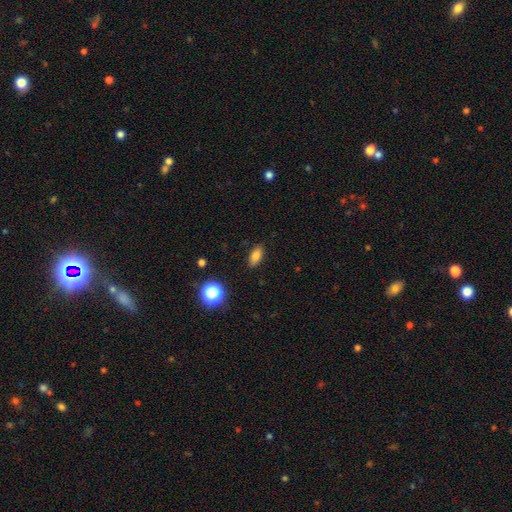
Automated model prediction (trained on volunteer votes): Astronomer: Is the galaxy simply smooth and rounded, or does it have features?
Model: smooth — 81%.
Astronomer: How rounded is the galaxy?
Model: in between — 83%.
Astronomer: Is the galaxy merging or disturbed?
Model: none — 88%.